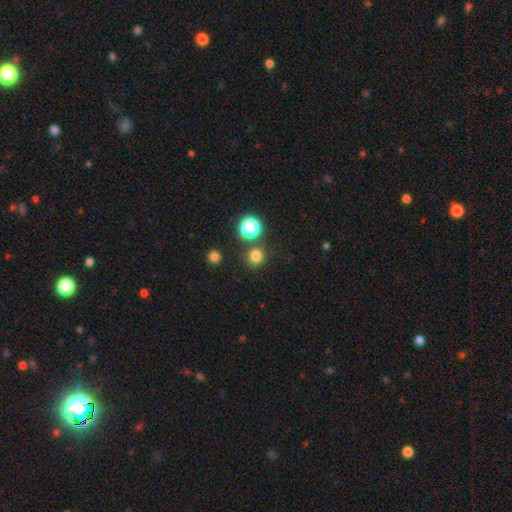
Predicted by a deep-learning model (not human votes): Smooth or featured: smooth — 76% (star or artifact — 19%)
How rounded: round — 92% (in between — 7%)
Merging: none — 83% (merger — 7%)